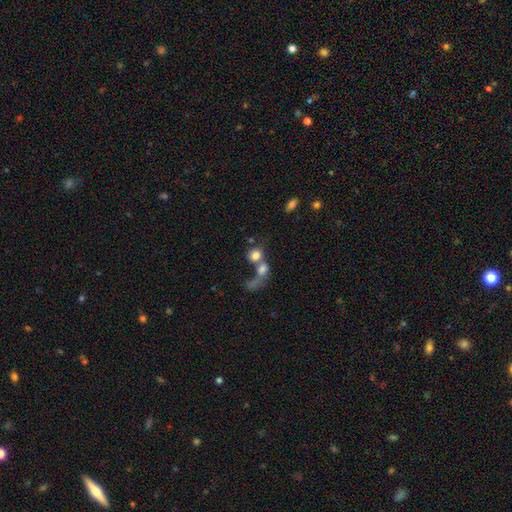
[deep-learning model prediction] Q: Smooth or featured?
A: smooth (74%); runner-up: featured or disk (15%)
Q: How rounded?
A: round (70%); runner-up: in between (28%)
Q: Merging?
A: merger (58%); runner-up: none (24%)